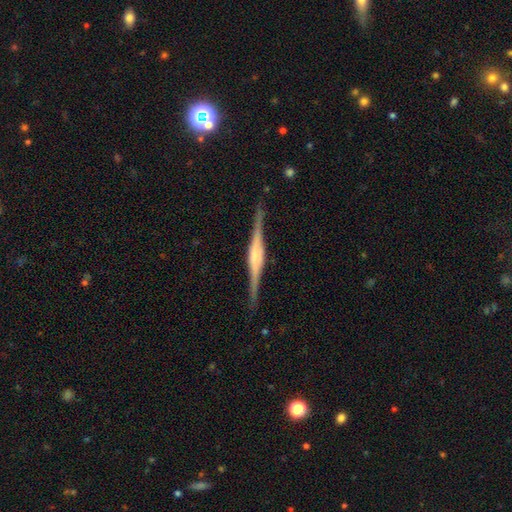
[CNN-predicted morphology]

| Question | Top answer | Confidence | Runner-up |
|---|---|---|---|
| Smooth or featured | featured or disk | 84% | smooth (11%) |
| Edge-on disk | yes | 98% | no (2%) |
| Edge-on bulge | rounded | 51% | boxy (42%) |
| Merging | none | 88% | minor disturbance (9%) |